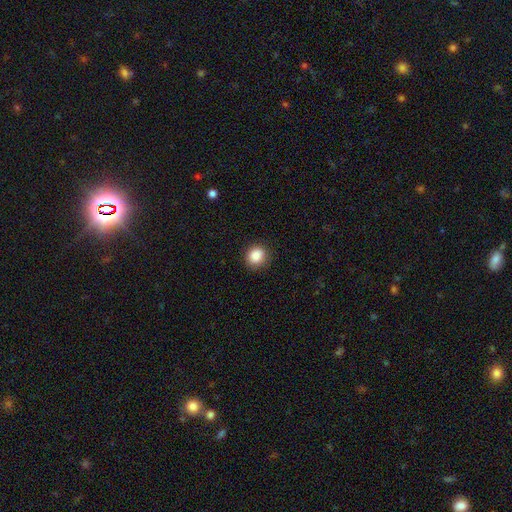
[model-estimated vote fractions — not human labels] Overall: smooth (87%). How rounded: round (81%). Merging: none (88%).